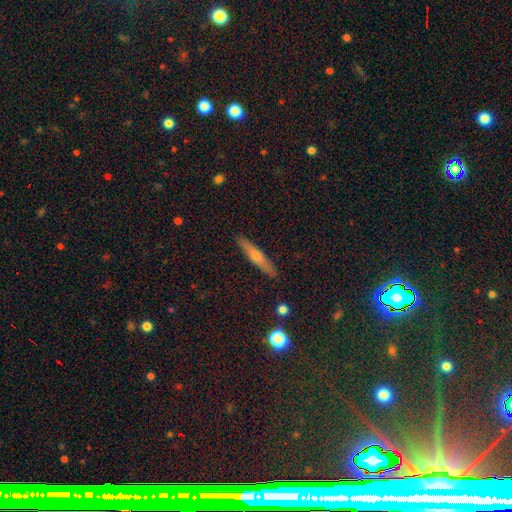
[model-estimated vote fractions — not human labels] A featured or disk galaxy (50%) viewed edge-on (92%).

Vote fractions:
- Smooth or featured? featured or disk: 50% / smooth: 42% / star or artifact: 7%
- Edge-on disk? yes: 92% / no: 8%
- Merging? none: 90% / minor disturbance: 7% / major disturbance: 1% / merger: 1%